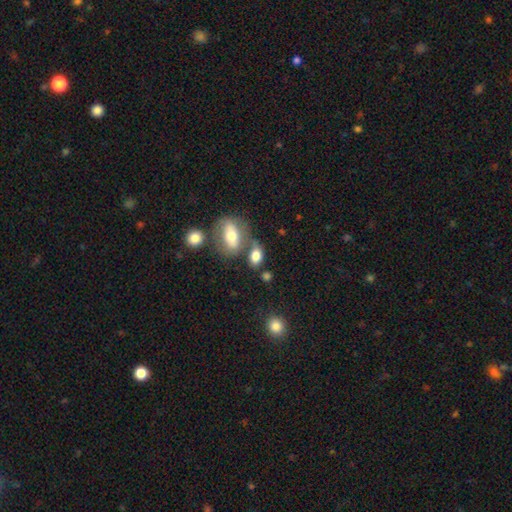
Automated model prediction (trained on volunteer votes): smooth_or_featured: smooth (p=0.78) [alt: featured or disk p=0.14]
how_rounded: in between (p=0.83) [alt: round p=0.14]
merging: none (p=0.44) [alt: merger p=0.34]